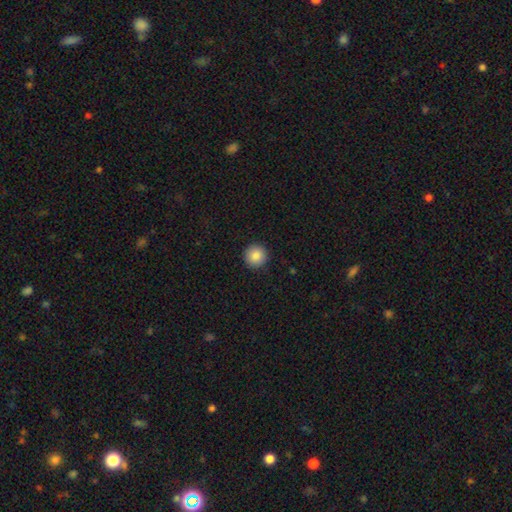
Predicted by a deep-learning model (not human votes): Smooth or featured? smooth (87%)
How rounded? round (96%)
Merging? none (93%)